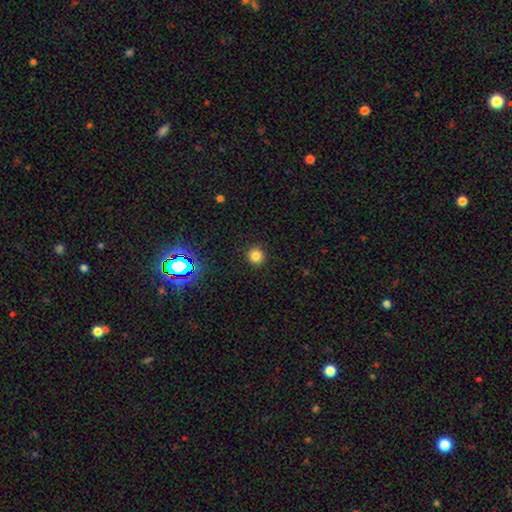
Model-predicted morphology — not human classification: smooth-or-featured: smooth: 79% | star or artifact: 16% | featured or disk: 5%
  how-rounded: round: 95% | in between: 4% | cigar-shaped: 1%
  merging: none: 92% | minor disturbance: 5% | major disturbance: 2% | merger: 1%